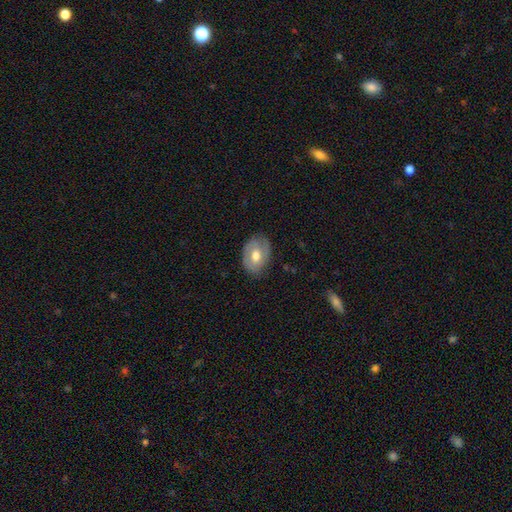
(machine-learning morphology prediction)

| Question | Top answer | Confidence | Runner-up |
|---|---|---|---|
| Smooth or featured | smooth | 47% | tied: featured or disk (47%) |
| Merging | none | 77% | minor disturbance (17%) |